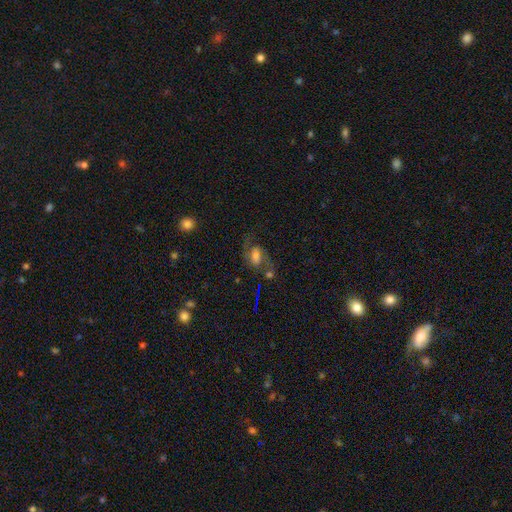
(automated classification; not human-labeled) Morphology: type=featured or disk (62%); edge-on=no (95%); bar=weak (43%); spiral arms=yes (88%); winding=loose (48%); arm count=2 (89%); bulge=moderate (43%); merging=none (52%).